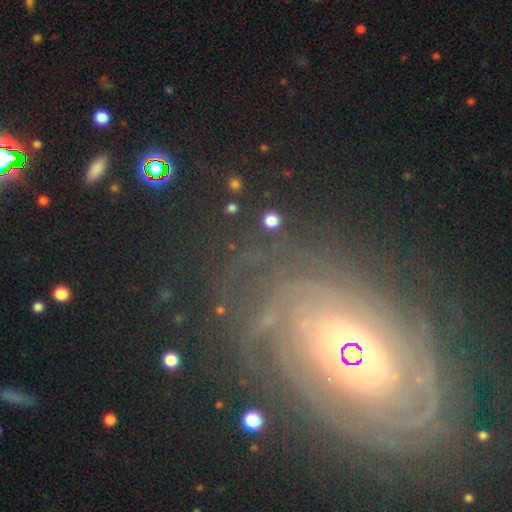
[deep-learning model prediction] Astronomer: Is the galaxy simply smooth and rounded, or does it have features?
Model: featured or disk — 72%.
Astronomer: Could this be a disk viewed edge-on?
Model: no — 93%.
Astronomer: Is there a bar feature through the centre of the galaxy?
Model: no — 69%.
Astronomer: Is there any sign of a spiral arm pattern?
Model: yes — 85%.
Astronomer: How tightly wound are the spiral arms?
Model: tight — 77%.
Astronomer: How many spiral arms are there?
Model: can't tell — 39% (runner-up: more than 4, 15%).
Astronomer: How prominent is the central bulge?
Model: moderate — 50% (runner-up: small, 27%).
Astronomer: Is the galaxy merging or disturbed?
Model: none — 77%.